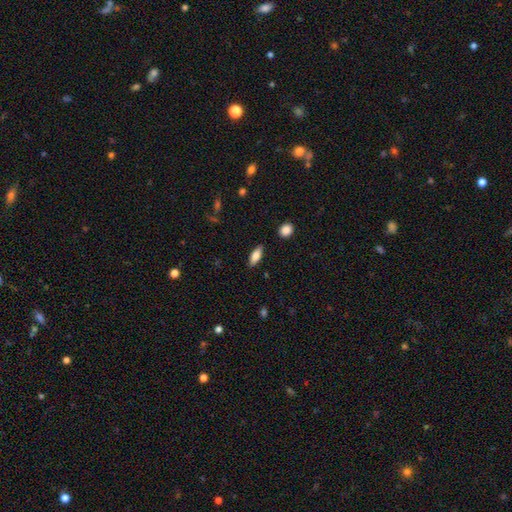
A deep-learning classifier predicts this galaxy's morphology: The model was most divided on "how rounded": in between: 71%, cigar-shaped: 26%, round: 2%. More confident: merging — none (87%); smooth or featured — smooth (74%).